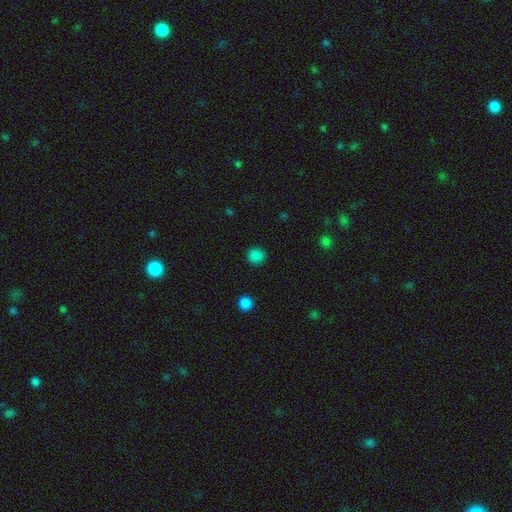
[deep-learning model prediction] Smooth or featured? smooth (84%)
How rounded? round (91%)
Merging? none (90%)